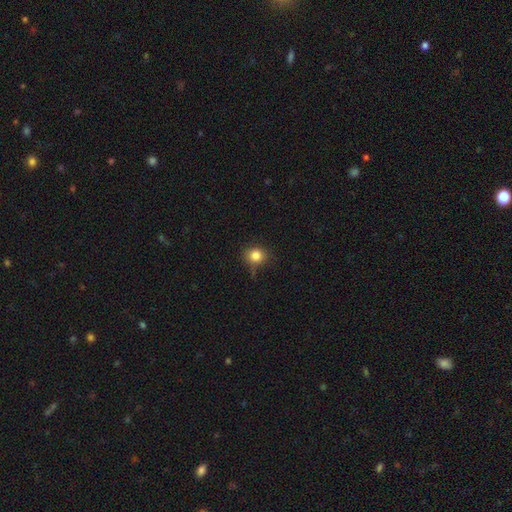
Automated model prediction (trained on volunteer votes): Smooth or featured? Predicted: smooth (p=0.83). How rounded? Predicted: round (p=0.85). Merging? Predicted: none (p=0.77).